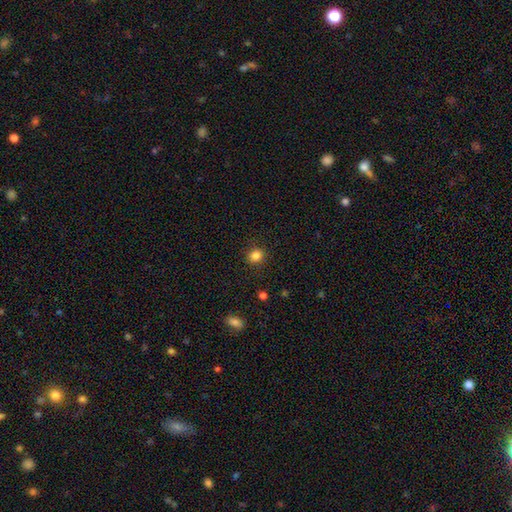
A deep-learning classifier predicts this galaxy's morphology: smooth-or-featured: smooth: 85% | star or artifact: 12% | featured or disk: 4%
  how-rounded: round: 78% | in between: 21% | cigar-shaped: 1%
  merging: none: 89% | minor disturbance: 7% | major disturbance: 2% | merger: 1%